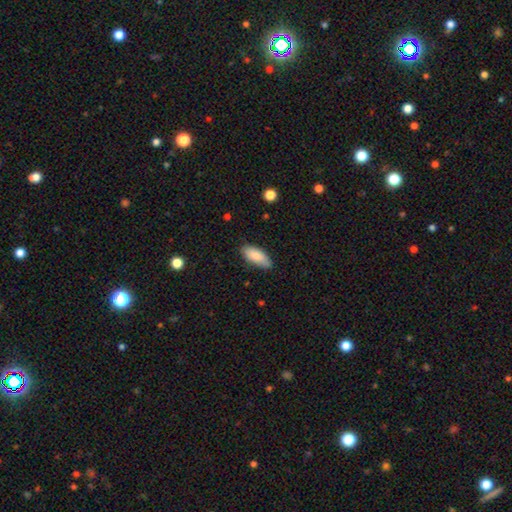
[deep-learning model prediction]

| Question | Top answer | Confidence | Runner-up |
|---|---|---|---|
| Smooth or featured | smooth | 86% | featured or disk (8%) |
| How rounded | in between | 86% | cigar-shaped (12%) |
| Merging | none | 78% | minor disturbance (18%) |